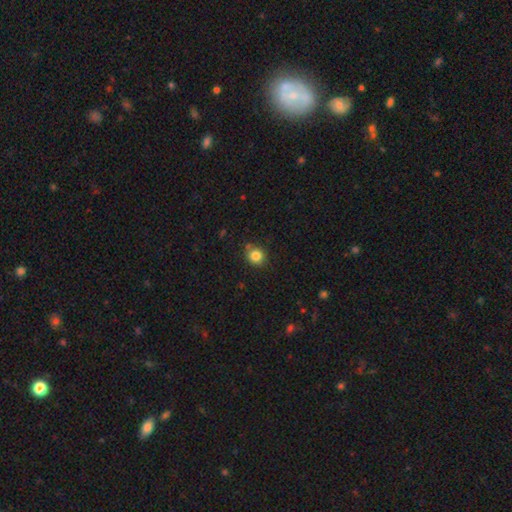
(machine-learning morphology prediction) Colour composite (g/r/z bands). It shows a smooth galaxy with no disk features (83%) that is round (80%). Merging: none (80%).